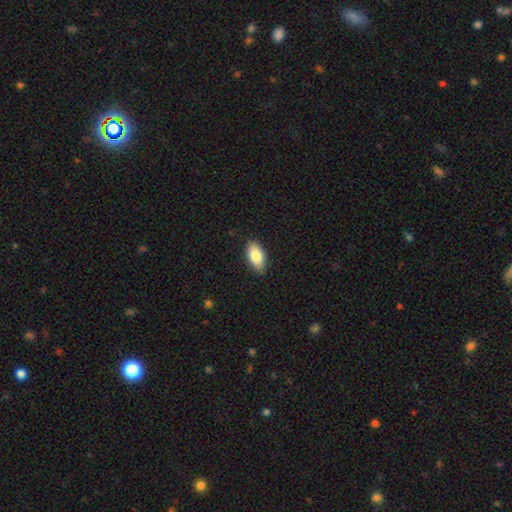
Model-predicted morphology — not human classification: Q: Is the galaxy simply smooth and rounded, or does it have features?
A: smooth — 82%.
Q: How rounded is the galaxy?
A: in between — 91%.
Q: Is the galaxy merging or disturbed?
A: none — 87%.